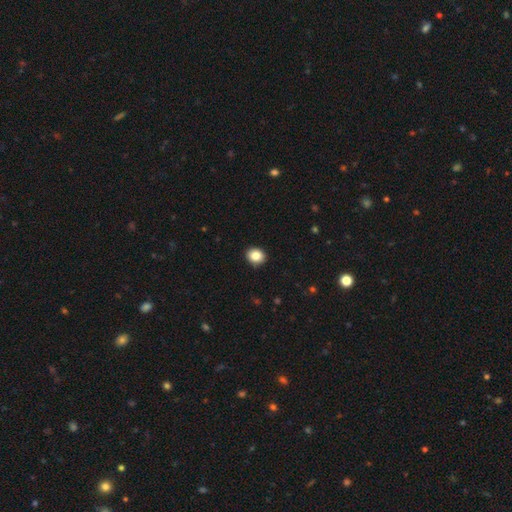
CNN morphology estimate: Smooth or featured: smooth — 86% (star or artifact — 9%)
How rounded: round — 65% (in between — 34%)
Merging: none — 91% (minor disturbance — 6%)